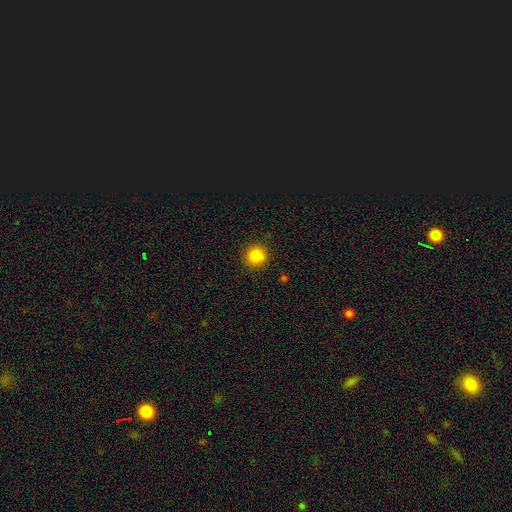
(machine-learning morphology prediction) Smooth or featured?
  - smooth: 85% *
  - star or artifact: 11%
  - featured or disk: 4%
How rounded?
  - round: 93% *
  - in between: 6%
  - cigar-shaped: 1%
Merging?
  - none: 91% *
  - minor disturbance: 6%
  - major disturbance: 2%
  - merger: 1%